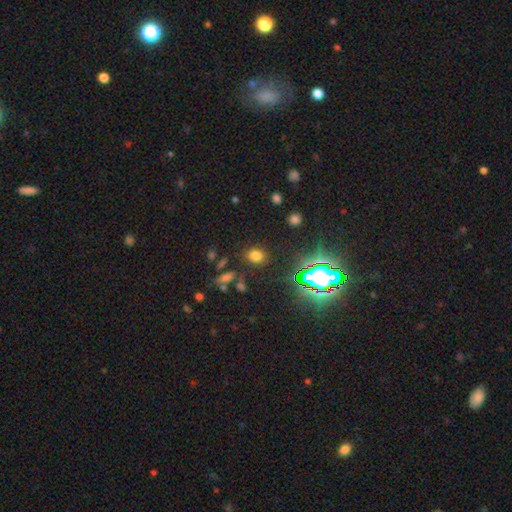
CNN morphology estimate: Smooth or featured? smooth (70%)
How rounded? in between (51%)
Merging? none (84%)